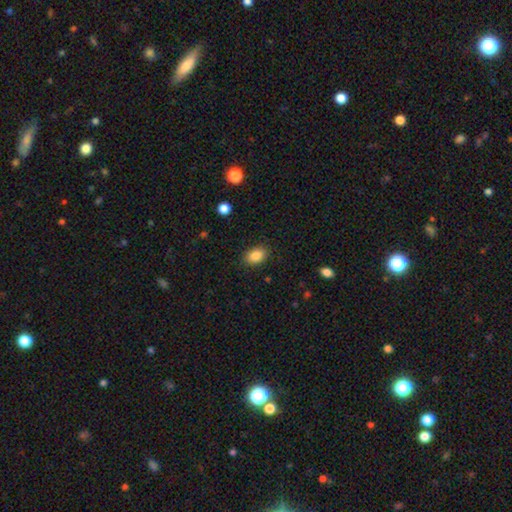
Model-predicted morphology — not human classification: Smooth or featured? smooth (87%)
How rounded? in between (84%)
Merging? none (87%)